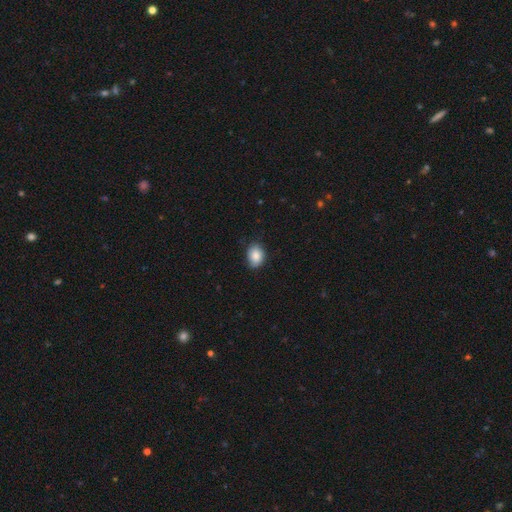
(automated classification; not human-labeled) Smooth or featured: smooth — 86% (star or artifact — 8%)
How rounded: in between — 71% (round — 28%)
Merging: none — 79% (minor disturbance — 17%)